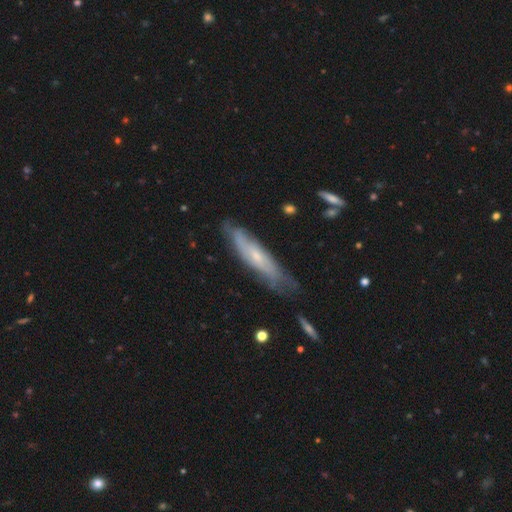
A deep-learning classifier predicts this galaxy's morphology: This appears to be a featured or disk galaxy (60%). Merging: none (67%).